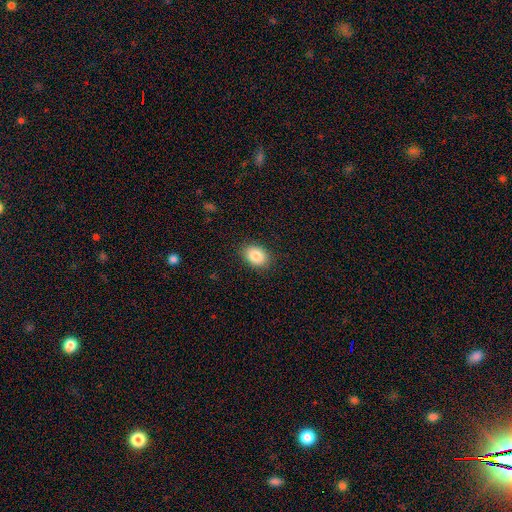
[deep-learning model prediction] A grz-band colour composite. It shows a smooth galaxy with no disk features (87%) that is in between round and cigar-shaped (74%). Merging: none (88%).